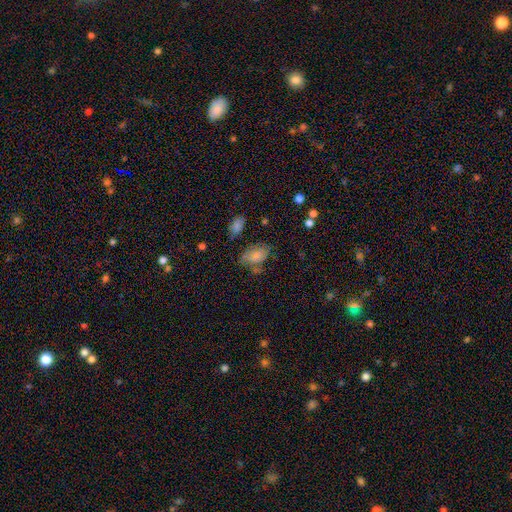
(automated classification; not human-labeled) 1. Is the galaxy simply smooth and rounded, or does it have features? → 75% smooth, 16% featured or disk, 9% star or artifact.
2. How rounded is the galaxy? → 87% in between, 11% round, 2% cigar-shaped.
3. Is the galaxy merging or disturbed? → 51% none, 26% minor disturbance, 12% major disturbance, 11% merger.